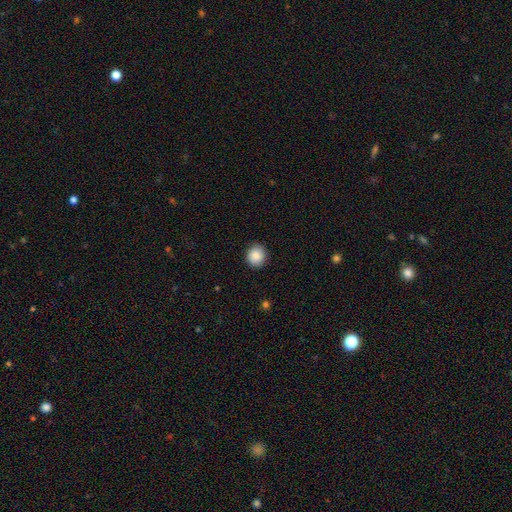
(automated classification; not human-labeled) Smooth or featured?
  - smooth: 87% *
  - star or artifact: 8%
  - featured or disk: 4%
How rounded?
  - round: 84% *
  - in between: 16%
  - cigar-shaped: 1%
Merging?
  - none: 89% *
  - minor disturbance: 8%
  - major disturbance: 2%
  - merger: 1%